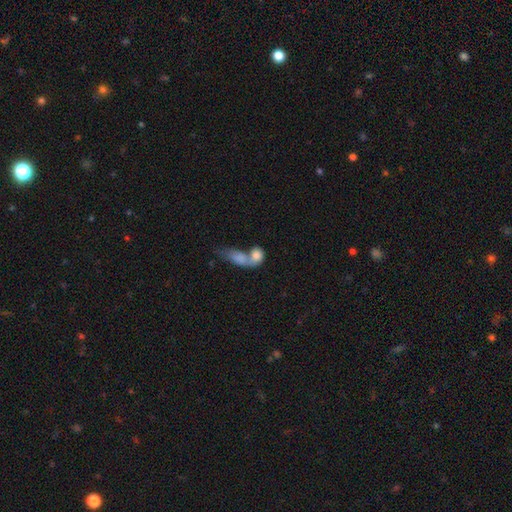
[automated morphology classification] Overall: smooth (74%). How rounded: in between (60%; round 35%). Merging: merger (72%).